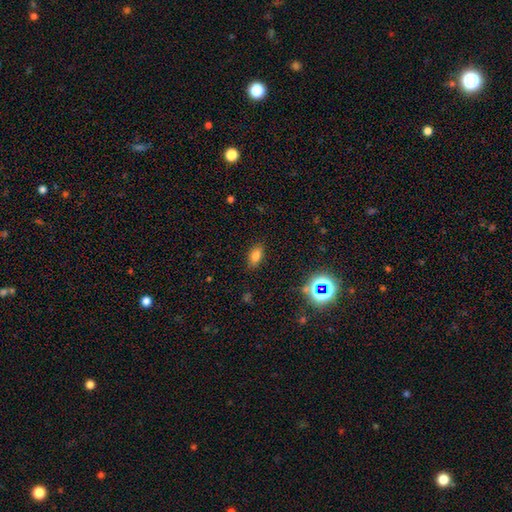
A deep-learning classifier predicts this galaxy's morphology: Smooth or featured? Predicted: smooth (p=0.78). How rounded? Predicted: in between (p=0.88). Merging? Predicted: none (p=0.86).